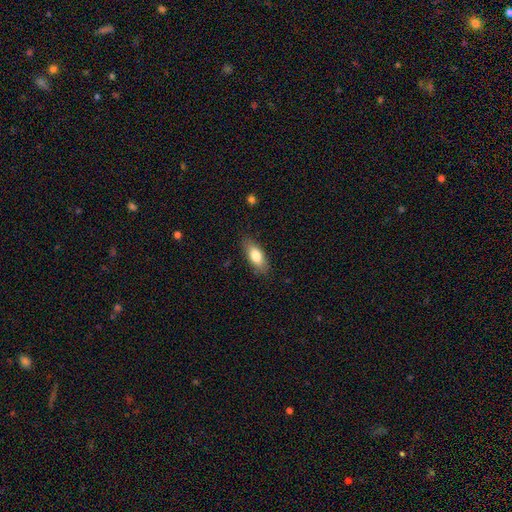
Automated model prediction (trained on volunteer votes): A smooth galaxy with no disk features (79%) that is in between round and cigar-shaped (78%). Merging: none (83%).